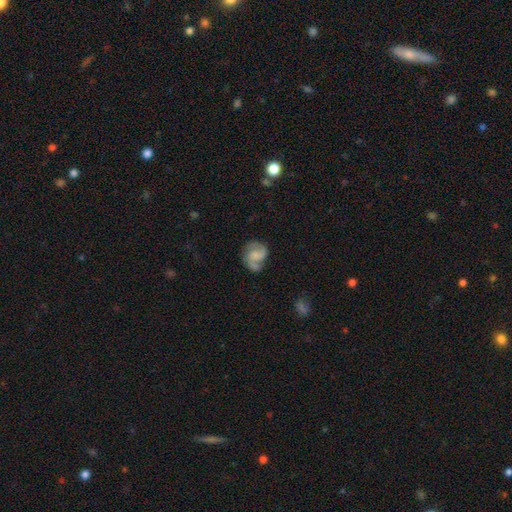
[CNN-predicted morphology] The model was most divided on "bulge size": small: 42%, moderate: 27%, none: 26%, large: 4%, dominant: 1%. Remaining: edge-on disk — no (98%); spiral arms — yes (91%); spiral arm count — 2 (76%); smooth or featured — featured or disk (68%); bar — no (57%); merging — none (57%); spiral winding — medium (48%).